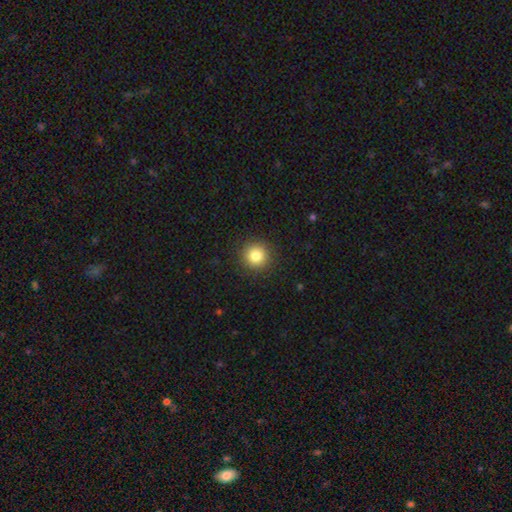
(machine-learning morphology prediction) Smooth or featured? smooth (83%)
How rounded? round (95%)
Merging? none (91%)